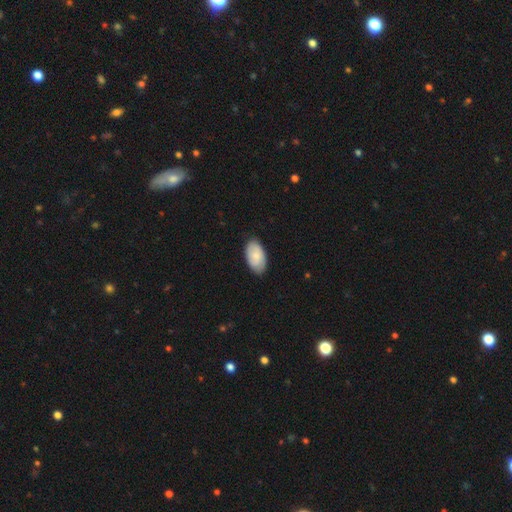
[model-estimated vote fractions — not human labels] Morphology: type=smooth (71%); roundness=in between (95%); merging=none (83%).